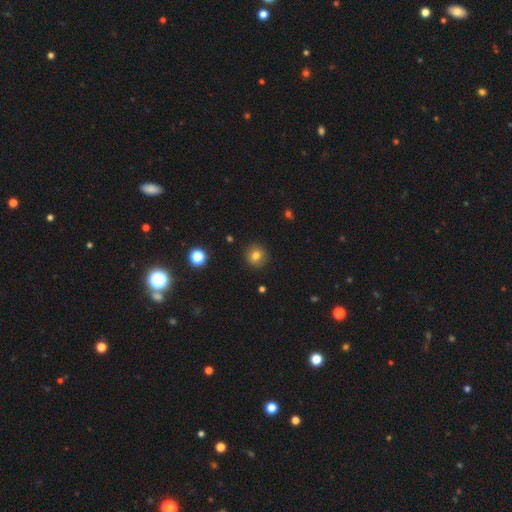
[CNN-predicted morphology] Smooth or featured: smooth — 79% (star or artifact — 13%)
How rounded: round — 91% (in between — 8%)
Merging: none — 90% (minor disturbance — 7%)